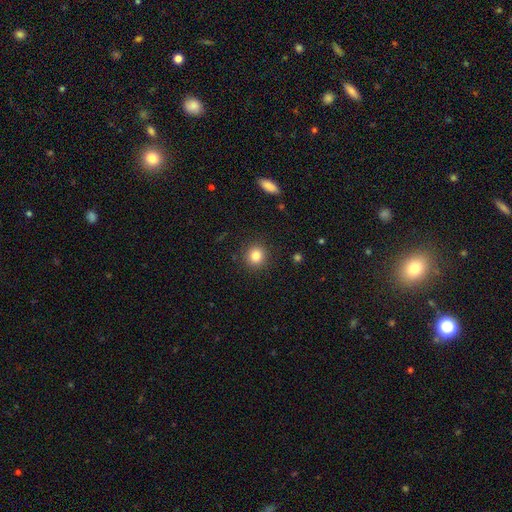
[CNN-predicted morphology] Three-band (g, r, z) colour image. It shows a smooth galaxy with no disk features (83%) that is round (88%). Merging: none (90%).